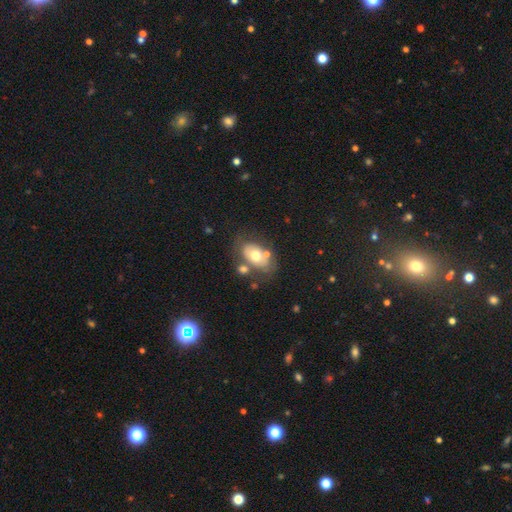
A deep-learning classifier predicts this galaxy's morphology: smooth 54%, featured or disk 38%, star or artifact 8%. Down the decision tree: how rounded — in between (86%); merging — none (54%).